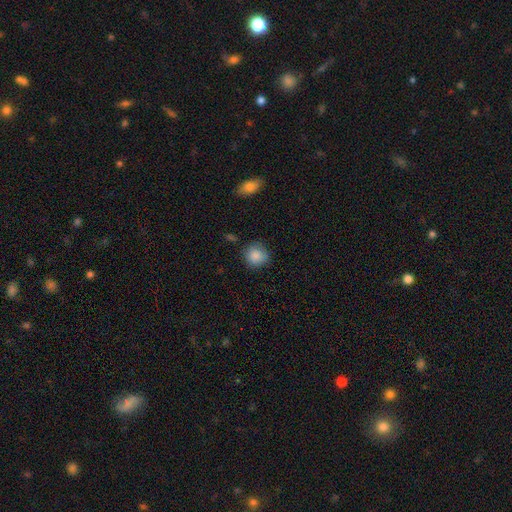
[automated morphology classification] type=smooth (87%); roundness=round (89%); merging=none (80%).